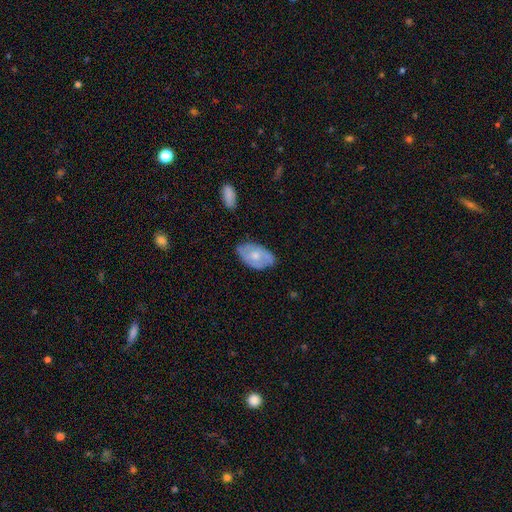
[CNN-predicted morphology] Smooth or featured?
  - featured or disk: 47% * (tied)
  - smooth: 47% * (tied)
  - star or artifact: 6%
Merging?
  - none: 67% *
  - minor disturbance: 26%
  - major disturbance: 5%
  - merger: 2%